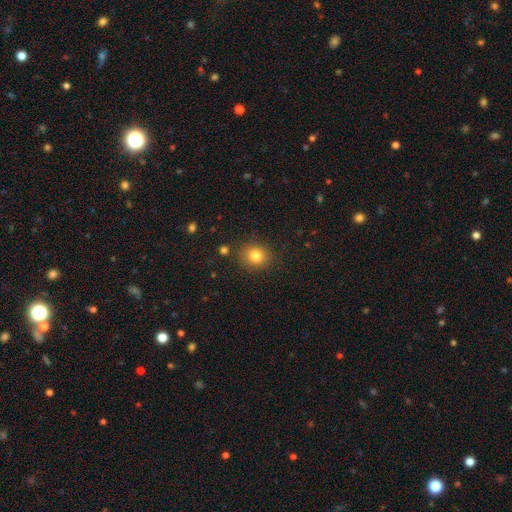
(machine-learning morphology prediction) Smooth or featured? Predicted: smooth (p=0.82). How rounded? Predicted: round (p=0.75). Merging? Predicted: none (p=0.86).